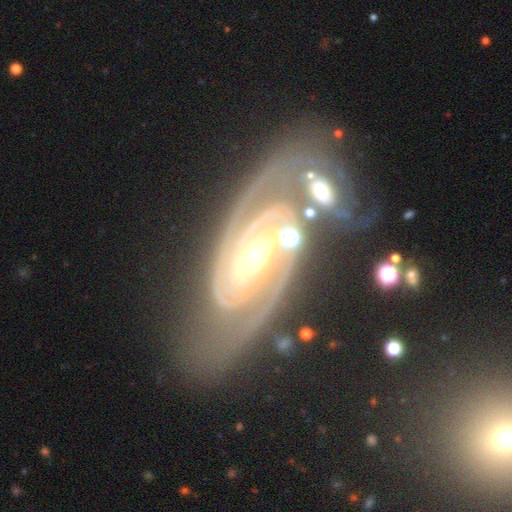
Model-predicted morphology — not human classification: Q: Smooth or featured?
A: featured or disk (91%); runner-up: star or artifact (6%)
Q: Edge-on disk?
A: no (96%); runner-up: yes (4%)
Q: Bar?
A: weak (35%); runner-up: strong (33%)
Q: Spiral arms?
A: yes (98%); runner-up: no (2%)
Q: Spiral winding?
A: tight (65%); runner-up: medium (30%)
Q: Spiral arm count?
A: 2 (80%); runner-up: 3 (9%)
Q: Bulge size?
A: moderate (48%); runner-up: small (47%)
Q: Merging?
A: none (67%); runner-up: minor disturbance (15%)